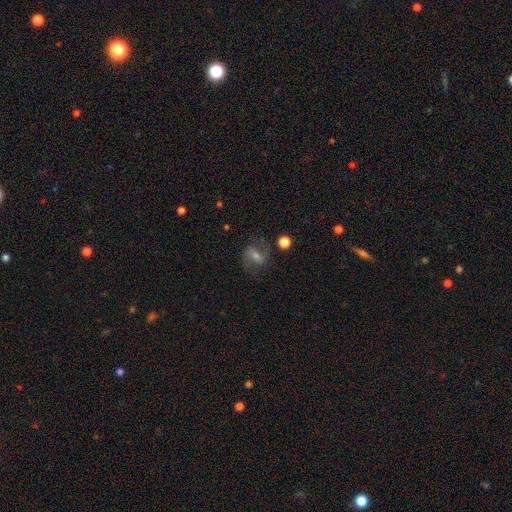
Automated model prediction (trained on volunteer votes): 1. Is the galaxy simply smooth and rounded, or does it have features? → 61% featured or disk, 29% smooth, 10% star or artifact.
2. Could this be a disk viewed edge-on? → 96% no, 4% yes.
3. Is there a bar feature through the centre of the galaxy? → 43% weak, 37% strong, 21% no.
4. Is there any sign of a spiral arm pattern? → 84% yes, 16% no.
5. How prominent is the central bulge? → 47% small, 41% moderate, 6% none, 5% large, 1% dominant.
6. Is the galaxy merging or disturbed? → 72% none, 16% minor disturbance, 10% major disturbance, 3% merger.